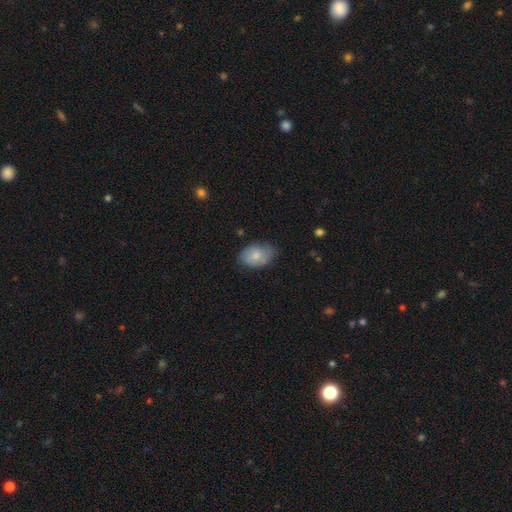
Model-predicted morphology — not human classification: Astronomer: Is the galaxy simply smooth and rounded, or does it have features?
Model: smooth — 77%.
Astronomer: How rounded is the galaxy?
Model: in between — 86%.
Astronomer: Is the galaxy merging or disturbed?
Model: none — 67%.